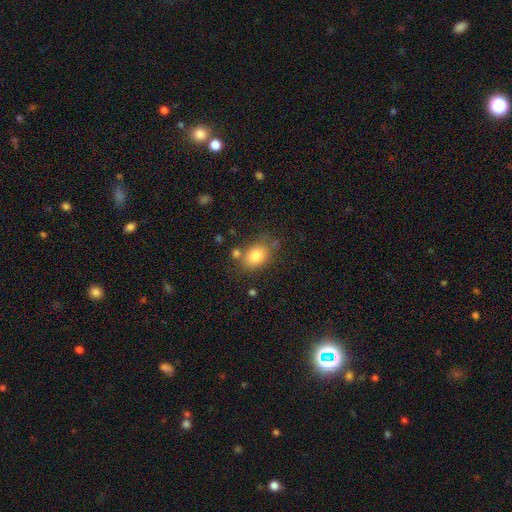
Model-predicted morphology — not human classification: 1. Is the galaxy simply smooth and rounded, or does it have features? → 80% smooth, 10% featured or disk, 9% star or artifact.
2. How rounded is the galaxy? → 70% in between, 29% round, 1% cigar-shaped.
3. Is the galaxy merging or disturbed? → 66% none, 18% minor disturbance, 10% merger, 6% major disturbance.